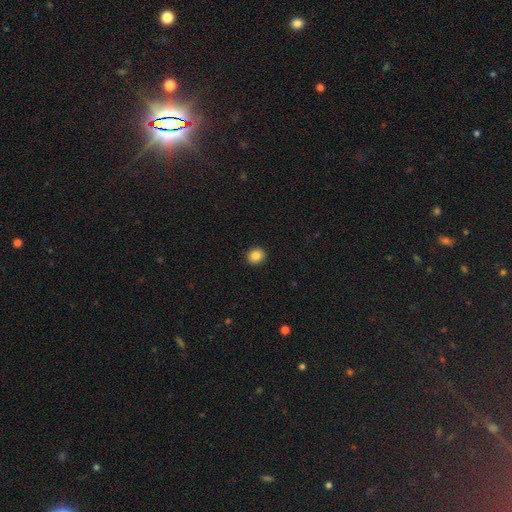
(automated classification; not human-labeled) A smooth galaxy with no disk features (86%) that is round (85%). Merging: none (93%).